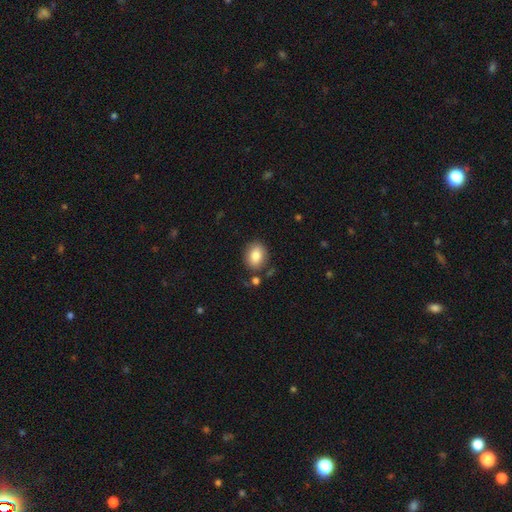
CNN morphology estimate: smooth_or_featured: smooth (p=0.83) [alt: featured or disk p=0.09]
how_rounded: in between (p=0.56) [alt: round p=0.42]
merging: none (p=0.81) [alt: minor disturbance p=0.11]